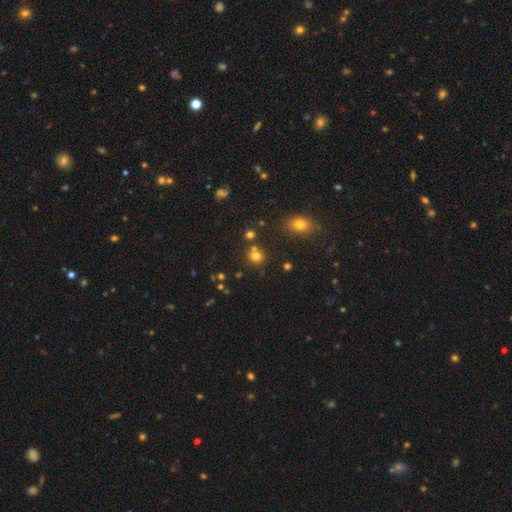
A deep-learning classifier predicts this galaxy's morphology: Smooth or featured? smooth (73%)
How rounded? round (85%)
Merging? none (70%)